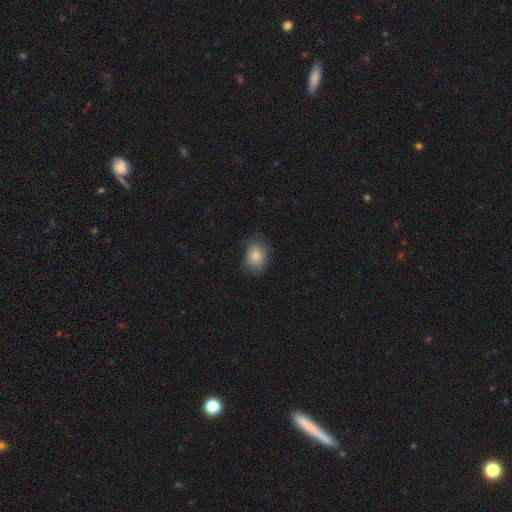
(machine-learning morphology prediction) A smooth galaxy with no disk features (80%) that is in between round and cigar-shaped (60%).

Vote fractions:
- Smooth or featured? smooth: 80% / featured or disk: 11% / star or artifact: 9%
- How rounded? in between: 60% / round: 39% / cigar-shaped: 1%
- Merging? none: 67% / minor disturbance: 25% / major disturbance: 8% / merger: 1%